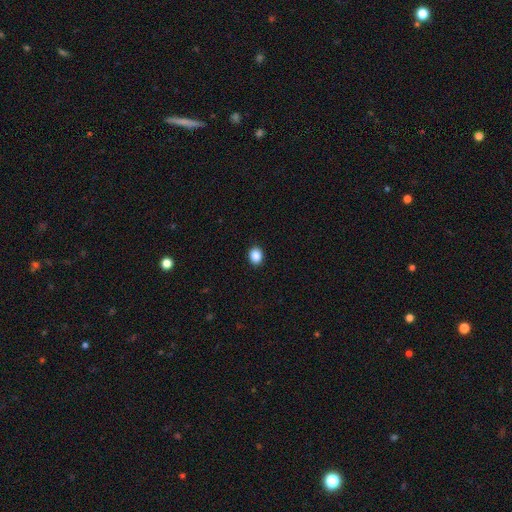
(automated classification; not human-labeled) Smooth or featured? smooth (88%)
How rounded? round (53%)
Merging? none (91%)